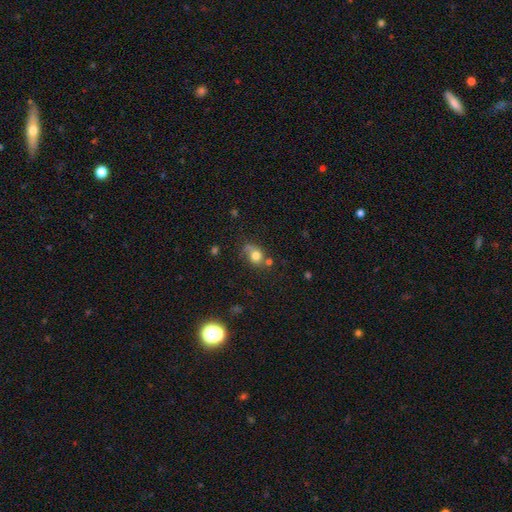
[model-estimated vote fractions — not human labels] Q: Smooth or featured?
A: smooth (74%); runner-up: featured or disk (13%)
Q: How rounded?
A: round (66%); runner-up: in between (33%)
Q: Merging?
A: none (49%); runner-up: minor disturbance (23%)